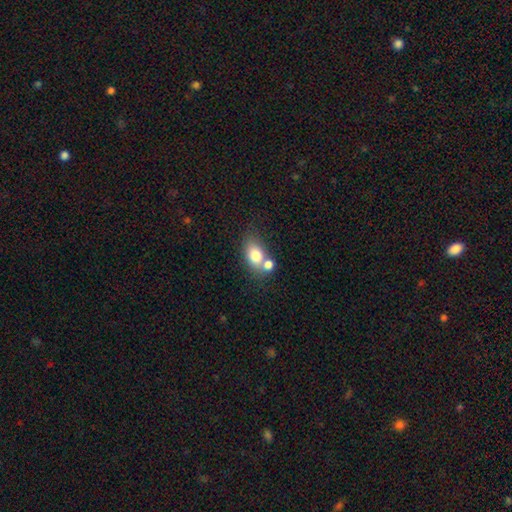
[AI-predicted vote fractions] Morphology: type=smooth (76%); roundness=in between (71%); merging=none (43%).